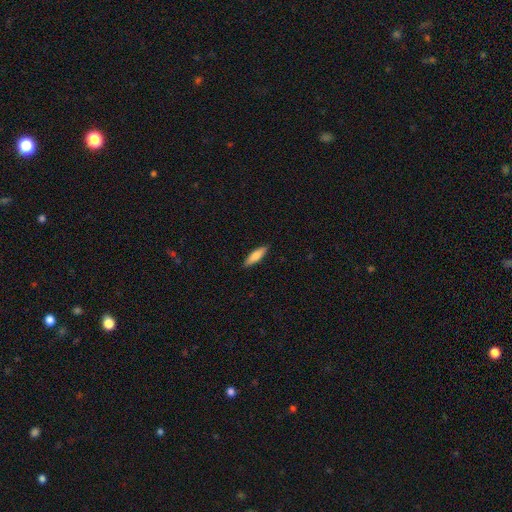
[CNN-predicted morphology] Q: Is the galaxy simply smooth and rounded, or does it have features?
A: smooth — 74%.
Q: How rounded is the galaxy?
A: cigar-shaped — 64%.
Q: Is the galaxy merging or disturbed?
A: none — 89%.